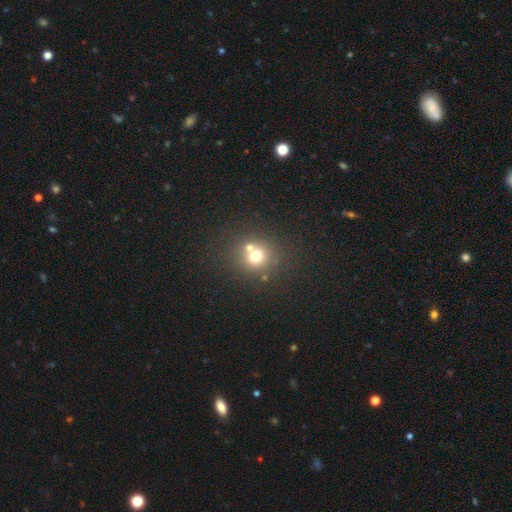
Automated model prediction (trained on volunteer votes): This appears to be a smooth galaxy with no disk features (68%) that is round (88%). Merging: none (58%).